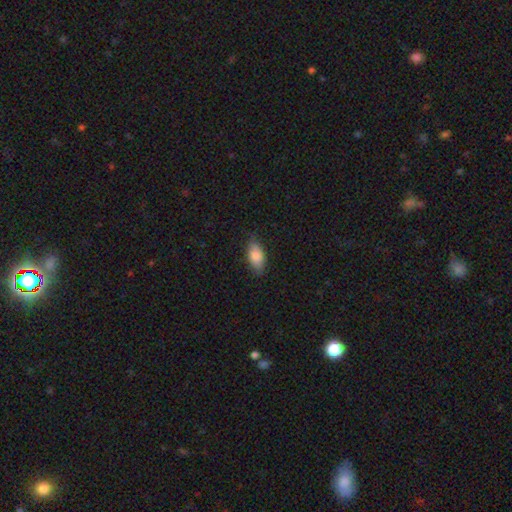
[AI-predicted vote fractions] A smooth galaxy with no disk features (82%) that is in between round and cigar-shaped (89%). Merging: none (78%).